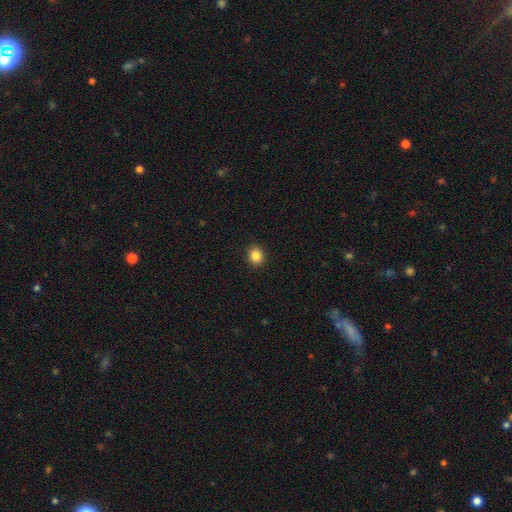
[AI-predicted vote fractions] A smooth galaxy with no disk features (86%) that is round (75%).

Vote fractions:
- Smooth or featured? smooth: 86% / star or artifact: 10% / featured or disk: 4%
- How rounded? round: 75% / in between: 24% / cigar-shaped: 1%
- Merging? none: 92% / minor disturbance: 5% / major disturbance: 2% / merger: 1%